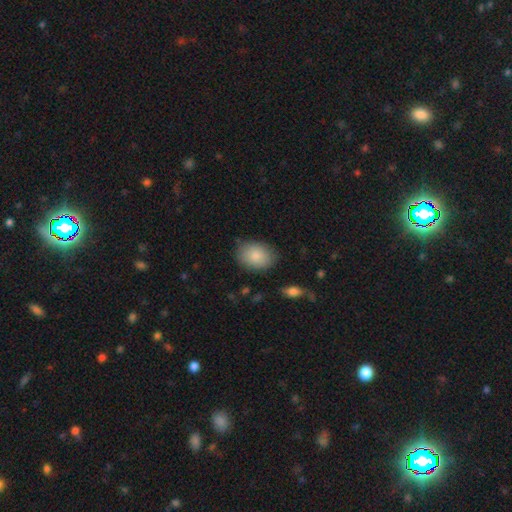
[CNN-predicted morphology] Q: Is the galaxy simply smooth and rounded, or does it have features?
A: smooth — 85%.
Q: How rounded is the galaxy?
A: in between — 71%.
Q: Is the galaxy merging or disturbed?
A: none — 80%.